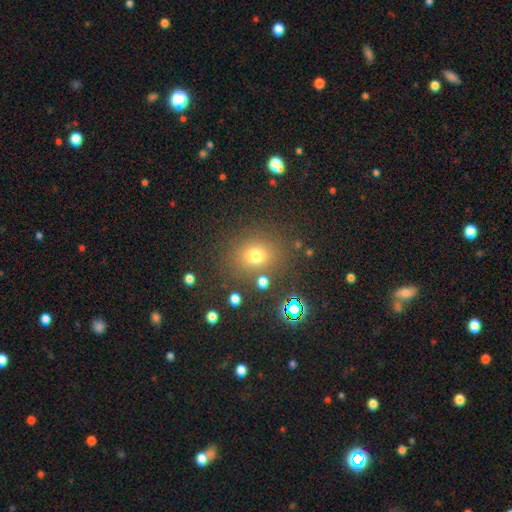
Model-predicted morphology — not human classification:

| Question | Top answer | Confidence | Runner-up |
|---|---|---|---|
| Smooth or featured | smooth | 69% | star or artifact (22%) |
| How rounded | round | 69% | in between (30%) |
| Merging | none | 80% | minor disturbance (10%) |